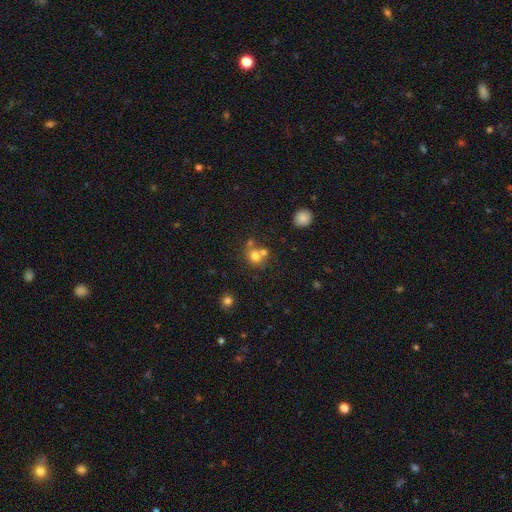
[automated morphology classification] This appears to be a smooth galaxy with no disk features (70%) that is round (78%). Merging: none (44%).